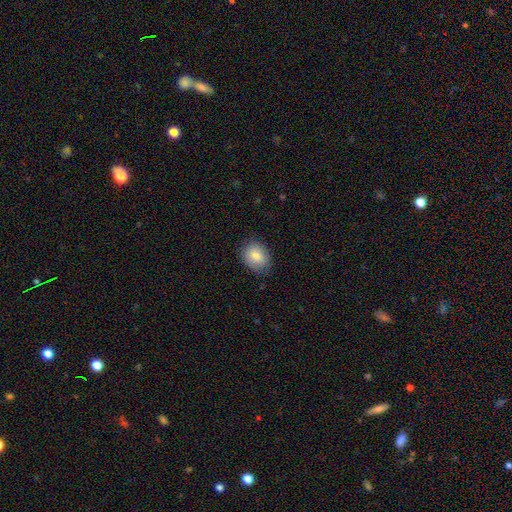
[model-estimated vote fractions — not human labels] This appears to be a smooth galaxy with no disk features (80%) that is round (57%). Merging: none (81%).